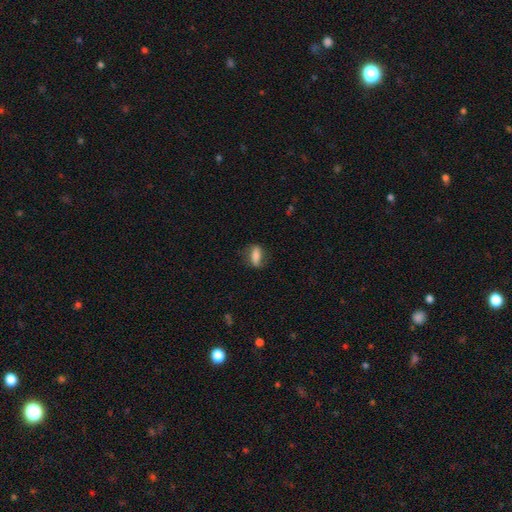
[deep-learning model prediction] Overall: smooth (68%). How rounded: in between (70%). Merging: none (72%).